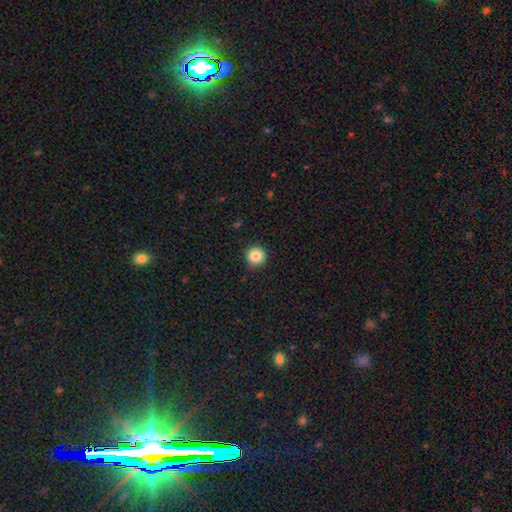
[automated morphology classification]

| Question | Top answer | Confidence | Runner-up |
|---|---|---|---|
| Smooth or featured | smooth | 86% | star or artifact (10%) |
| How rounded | round | 95% | in between (4%) |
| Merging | none | 91% | minor disturbance (6%) |